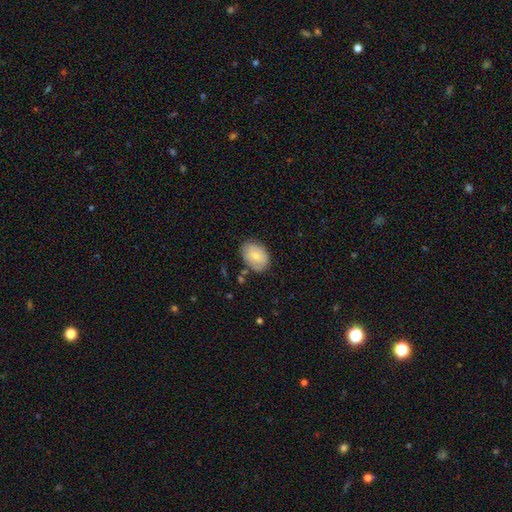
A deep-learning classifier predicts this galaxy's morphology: The model was most divided on "smooth or featured": smooth: 73%, featured or disk: 21%, star or artifact: 7%. More confident: how rounded — in between (78%); merging — none (76%).